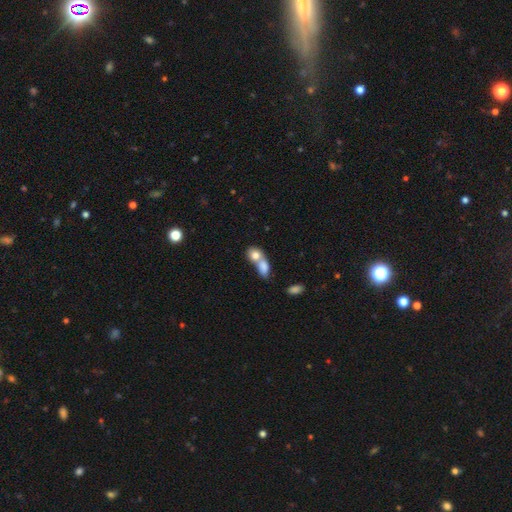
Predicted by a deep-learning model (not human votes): Morphology: type=smooth (79%); roundness=in between (55%); merging=merger (72%).